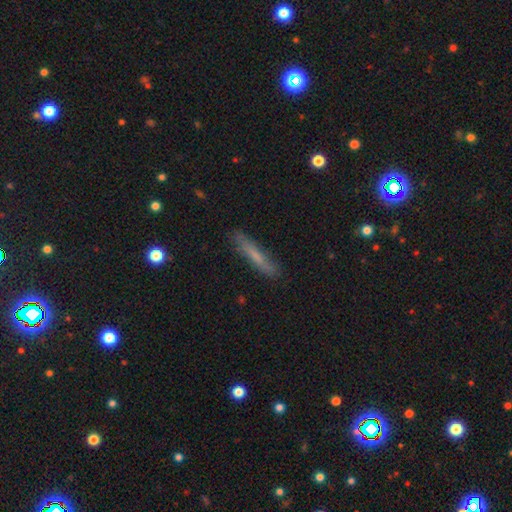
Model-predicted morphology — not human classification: A smooth galaxy with no disk features (62%) that is cigar-shaped (92%).

Vote fractions:
- Smooth or featured? smooth: 62% / featured or disk: 31% / star or artifact: 8%
- How rounded? cigar-shaped: 92% / in between: 7% / round: 2%
- Merging? none: 83% / minor disturbance: 12% / major disturbance: 3% / merger: 2%